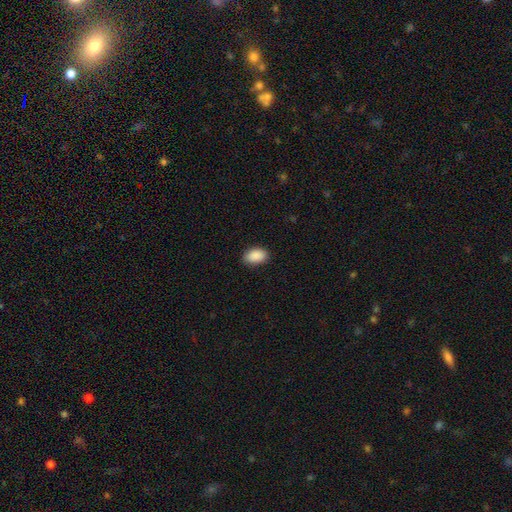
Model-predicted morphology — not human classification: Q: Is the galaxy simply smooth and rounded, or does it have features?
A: smooth — 90%.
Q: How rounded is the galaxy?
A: in between — 92%.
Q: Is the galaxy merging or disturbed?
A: none — 85%.